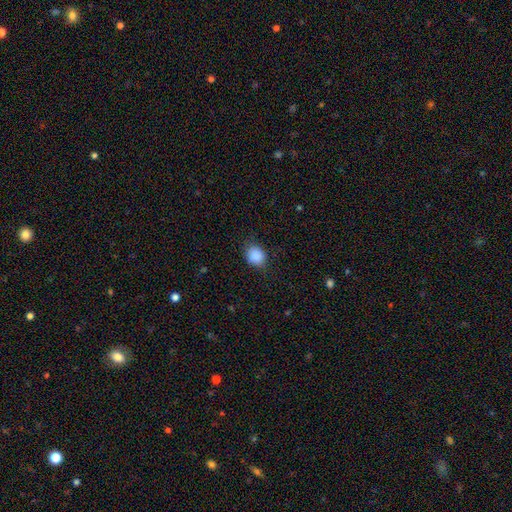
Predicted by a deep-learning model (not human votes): Smooth or featured? smooth (89%)
How rounded? round (52%)
Merging? none (80%)